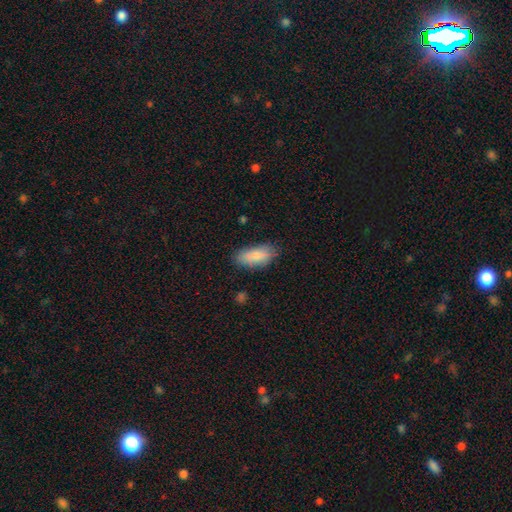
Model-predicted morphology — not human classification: Smooth or featured?
  - smooth: 83% *
  - featured or disk: 11%
  - star or artifact: 6%
How rounded?
  - in between: 83% *
  - cigar-shaped: 14%
  - round: 2%
Merging?
  - none: 76% *
  - minor disturbance: 18%
  - major disturbance: 4%
  - merger: 2%